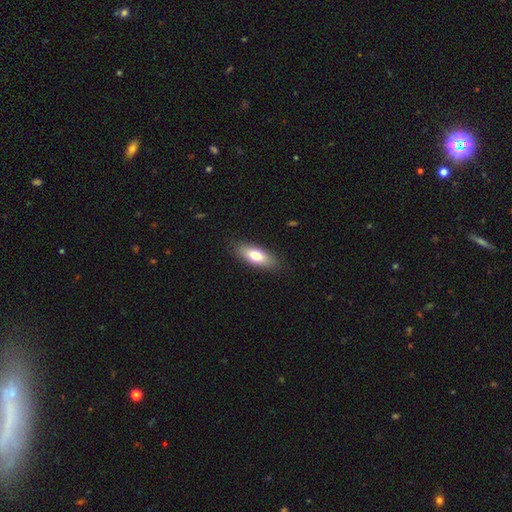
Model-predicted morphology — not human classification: Smooth or featured? Predicted: smooth (p=0.73). How rounded? Predicted: in between (p=0.73). Merging? Predicted: none (p=0.86).